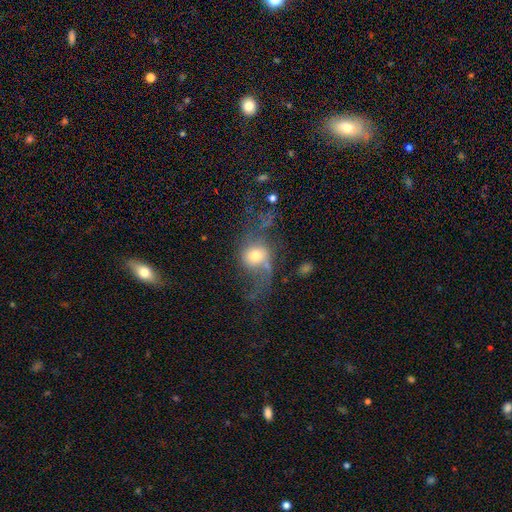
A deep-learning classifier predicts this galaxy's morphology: type=smooth (50%); merging=major disturbance (46%).